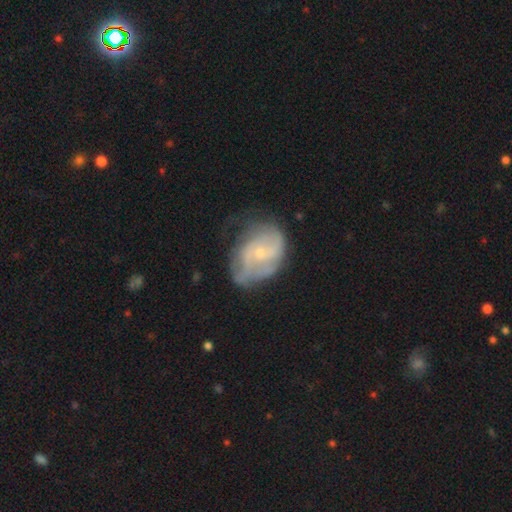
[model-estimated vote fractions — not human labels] Smooth or featured: featured or disk — 64% (smooth — 24%)
Edge-on disk: no — 96% (yes — 4%)
Bar: no — 54% (weak — 37%)
Spiral arms: yes — 77% (no — 23%)
Bulge size: small — 66% (moderate — 28%)
Merging: none — 59% (minor disturbance — 26%)